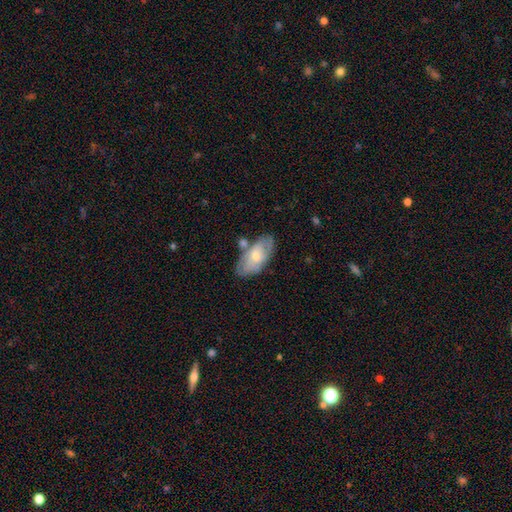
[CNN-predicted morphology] Smooth or featured? Predicted: smooth (p=0.53). How rounded? Predicted: in between (p=0.91). Merging? Predicted: none (p=0.60).